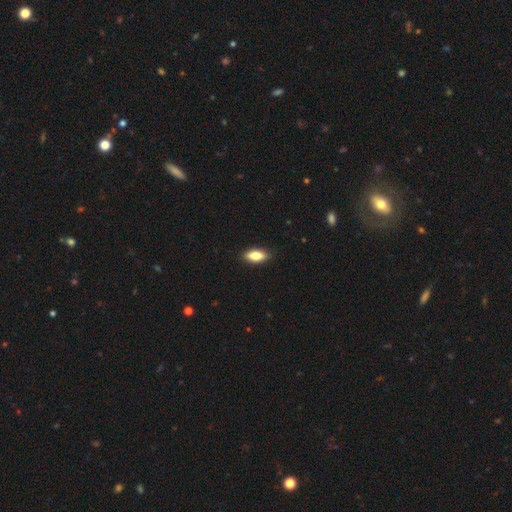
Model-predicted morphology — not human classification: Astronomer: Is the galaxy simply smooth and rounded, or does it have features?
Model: smooth — 80%.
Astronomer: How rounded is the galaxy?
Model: in between — 82%.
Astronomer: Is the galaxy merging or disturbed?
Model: none — 88%.